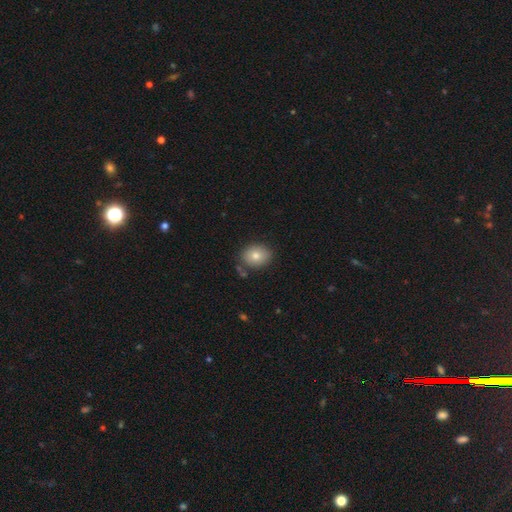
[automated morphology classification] Smooth or featured? Predicted: smooth (p=0.80). How rounded? Predicted: in between (p=0.51). Merging? Predicted: none (p=0.80).